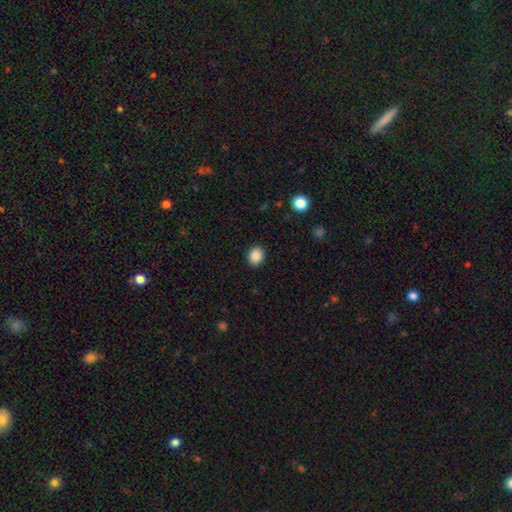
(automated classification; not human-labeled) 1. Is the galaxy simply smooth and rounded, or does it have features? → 88% smooth, 9% star or artifact, 3% featured or disk.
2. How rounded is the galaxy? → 63% round, 36% in between, 1% cigar-shaped.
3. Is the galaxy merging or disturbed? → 90% none, 7% minor disturbance, 2% major disturbance, 1% merger.